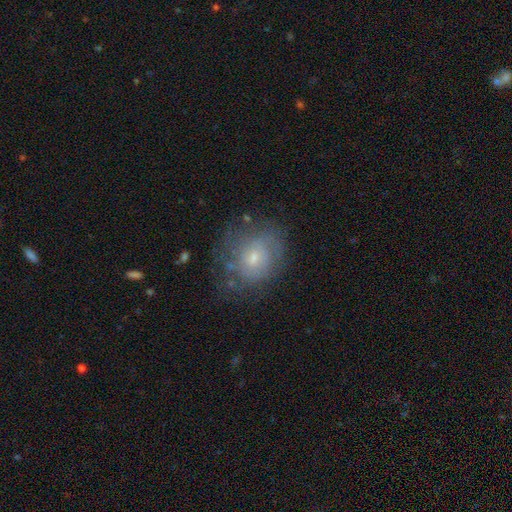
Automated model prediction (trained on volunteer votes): featured or disk 43%, smooth 42%, star or artifact 15%. Down the decision tree: merging — none (69%).